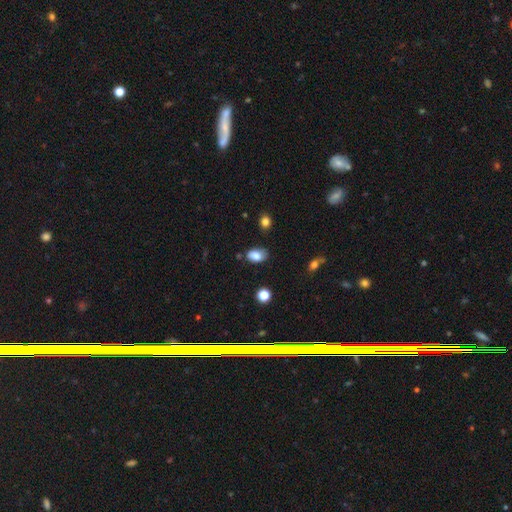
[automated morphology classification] smooth-or-featured: smooth: 81% | featured or disk: 10% | star or artifact: 9%
  how-rounded: in between: 90% | round: 9% | cigar-shaped: 2%
  merging: none: 68% | minor disturbance: 24% | major disturbance: 5% | merger: 4%